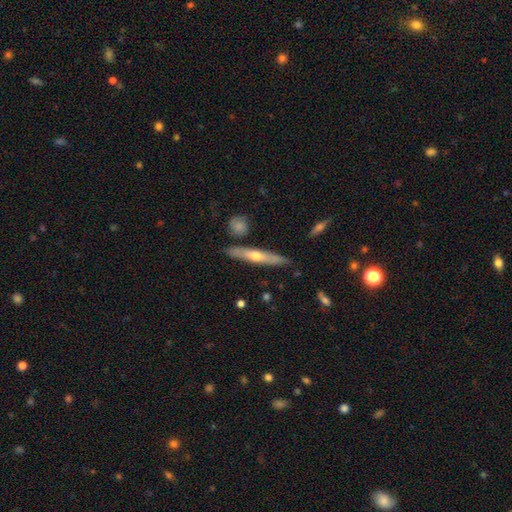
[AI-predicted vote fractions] This is likely a featured or disk galaxy (65%). It is clearly viewed edge-on (92%). Edge-on bulge: clearly rounded (86%). Merging: clearly none (84%).